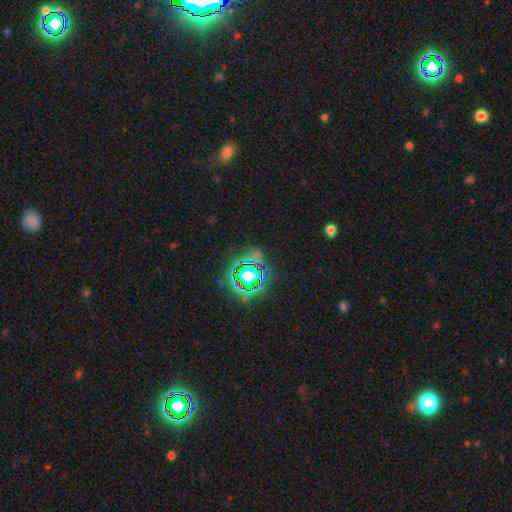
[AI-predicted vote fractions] Overall: star or artifact (75%).